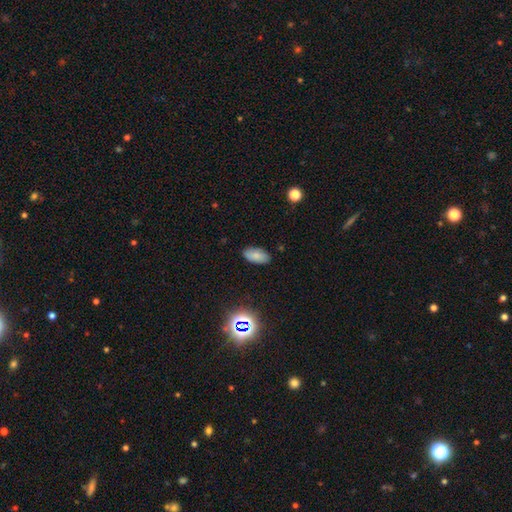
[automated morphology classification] smooth_or_featured: smooth (p=0.80) [alt: star or artifact p=0.12]
how_rounded: in between (p=0.93) [alt: cigar-shaped p=0.04]
merging: none (p=0.86) [alt: minor disturbance p=0.11]